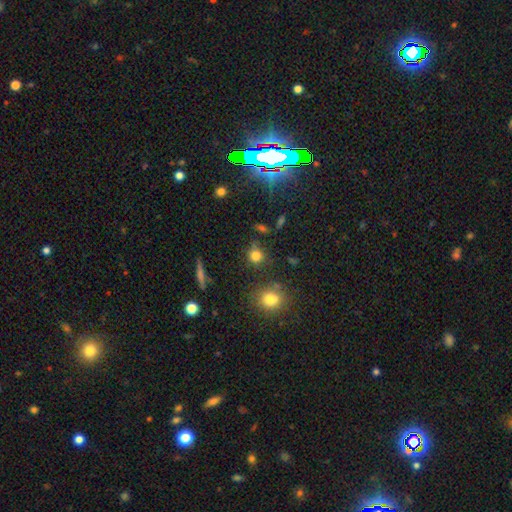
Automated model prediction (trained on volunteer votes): Smooth or featured? smooth (78%)
How rounded? round (85%)
Merging? none (72%)